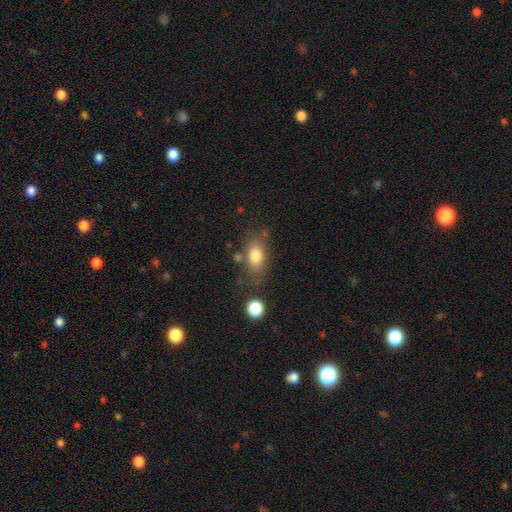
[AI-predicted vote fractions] The model was most divided on "merging": none: 69%, minor disturbance: 17%, merger: 8%, major disturbance: 6%. More confident: how rounded — in between (82%); smooth or featured — smooth (78%).